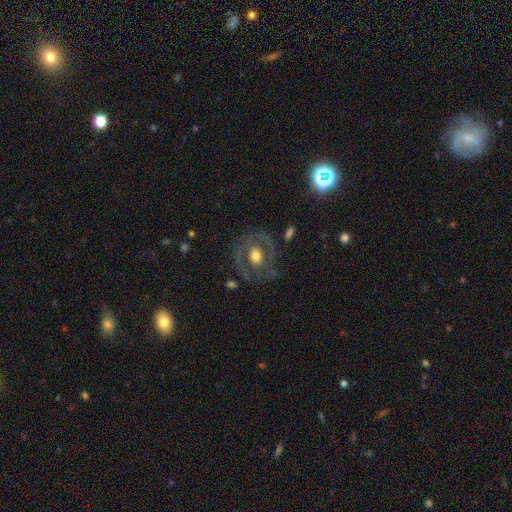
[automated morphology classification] smooth_or_featured: featured or disk (p=0.65) [alt: smooth p=0.28]
disk_edge_on: no (p=0.96) [alt: yes p=0.04]
bar: no (p=0.73) [alt: weak p=0.20]
has_spiral_arms: no (p=0.52) [alt: yes p=0.48]
bulge_size: moderate (p=0.64) [alt: large p=0.21]
merging: none (p=0.72) [alt: minor disturbance p=0.15]